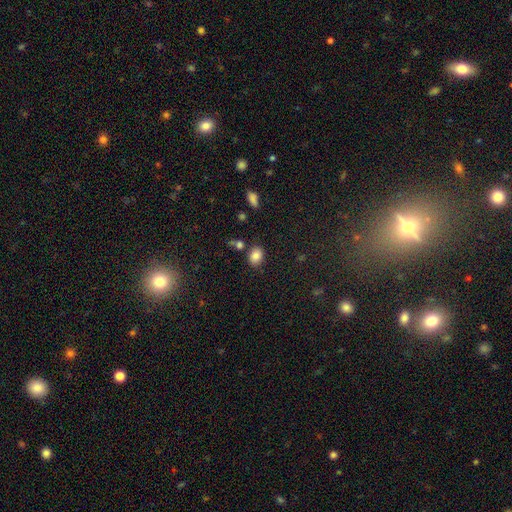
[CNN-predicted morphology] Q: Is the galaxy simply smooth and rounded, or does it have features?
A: smooth — 84%.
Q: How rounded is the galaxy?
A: in between — 60%.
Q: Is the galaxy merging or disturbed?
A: none — 77%.